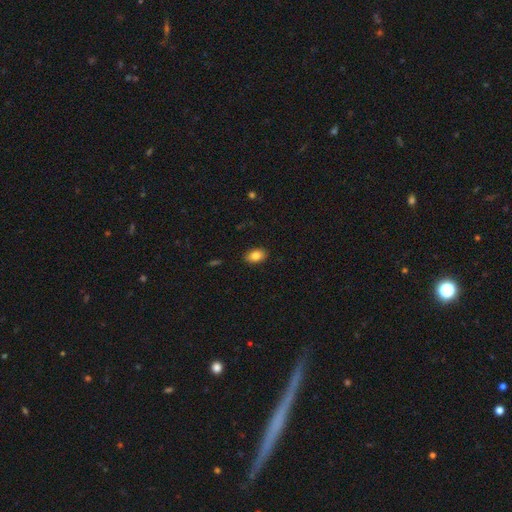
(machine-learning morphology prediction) Smooth or featured?
  - smooth: 84% *
  - star or artifact: 8%
  - featured or disk: 8%
How rounded?
  - in between: 86% *
  - round: 13%
  - cigar-shaped: 1%
Merging?
  - none: 89% *
  - minor disturbance: 8%
  - major disturbance: 2%
  - merger: 1%